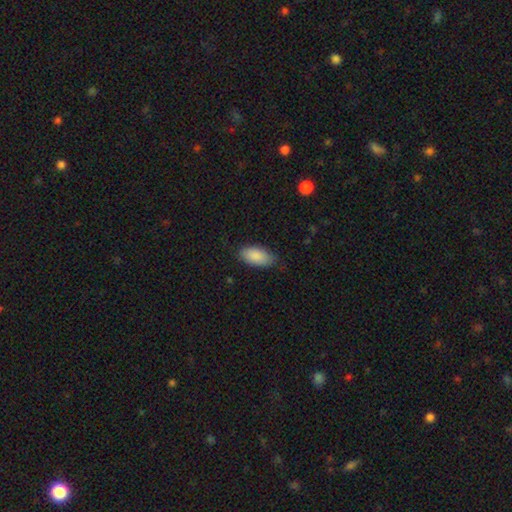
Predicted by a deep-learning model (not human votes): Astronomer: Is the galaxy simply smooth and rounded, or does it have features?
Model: smooth — 89%.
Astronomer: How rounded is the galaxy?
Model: in between — 93%.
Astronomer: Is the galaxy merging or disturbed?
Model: none — 80%.